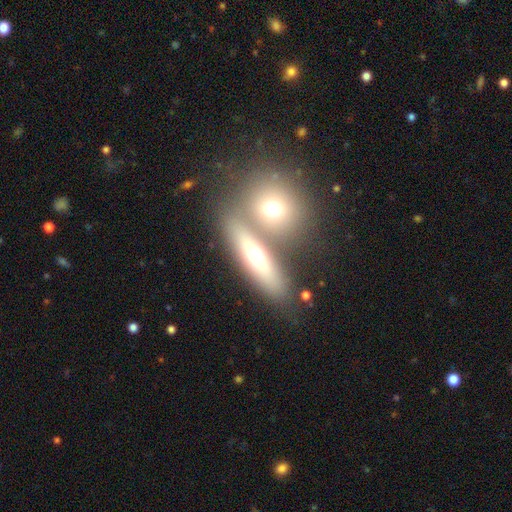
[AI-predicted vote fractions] This appears to be a smooth galaxy with no disk features (55%) that is cigar-shaped (50%). Merging: none (49%).